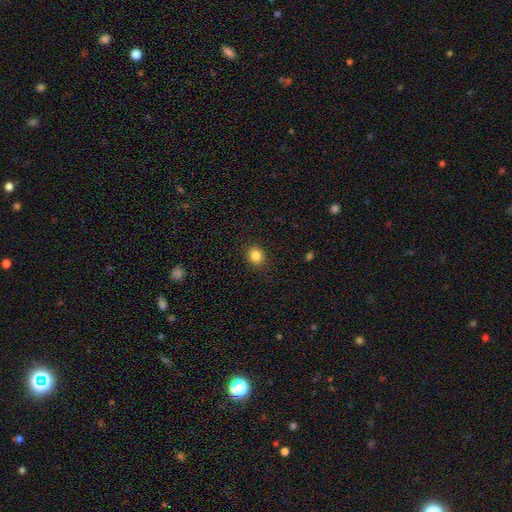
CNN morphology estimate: smooth 84%, star or artifact 11%, featured or disk 5%. Down the decision tree: how rounded — round (77%); merging — none (90%).